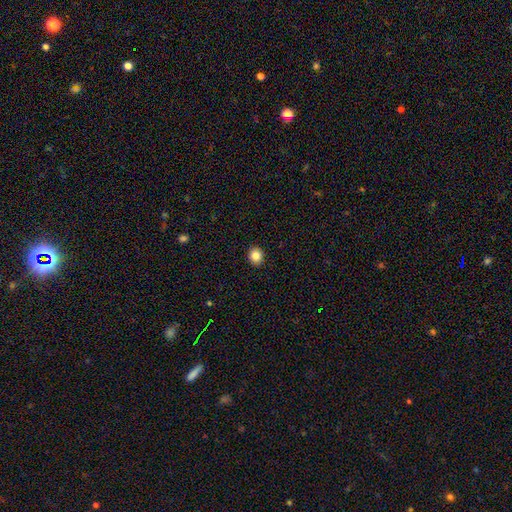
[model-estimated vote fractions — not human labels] smooth 84%, star or artifact 10%, featured or disk 5%. Down the decision tree: how rounded — round (76%); merging — none (92%).